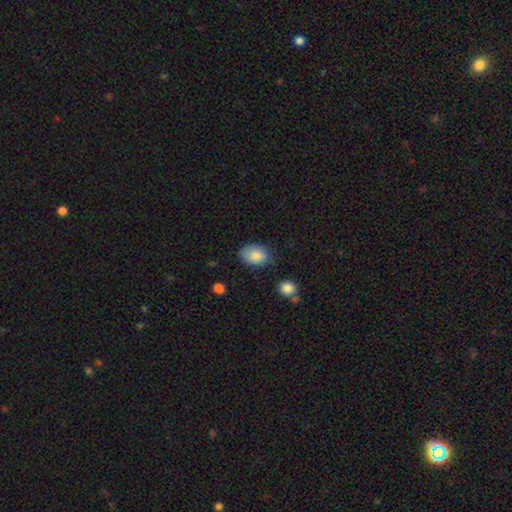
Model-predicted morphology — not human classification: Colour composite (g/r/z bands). It shows a smooth galaxy with no disk features (85%) that is in between round and cigar-shaped (83%). Merging: none (68%).